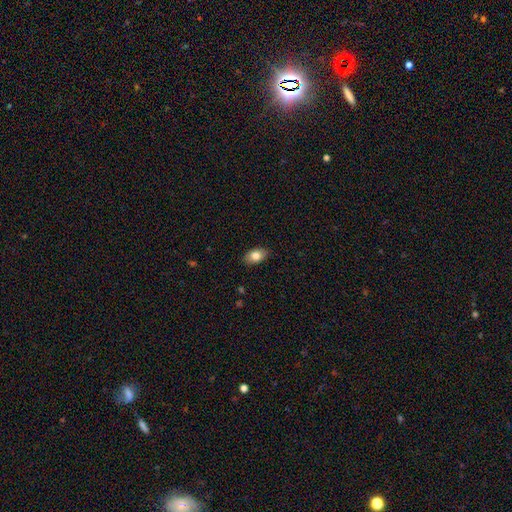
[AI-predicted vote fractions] smooth_or_featured: smooth (p=0.81) [alt: featured or disk p=0.12]
how_rounded: in between (p=0.89) [alt: round p=0.09]
merging: none (p=0.87) [alt: minor disturbance p=0.10]